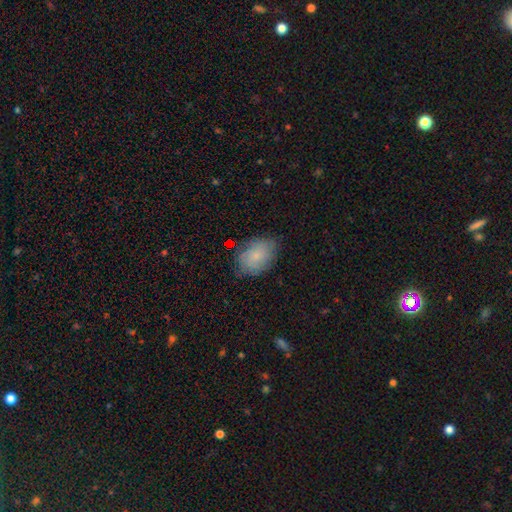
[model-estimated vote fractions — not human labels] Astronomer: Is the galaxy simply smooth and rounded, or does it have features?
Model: smooth — 75%.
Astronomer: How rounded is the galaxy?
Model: in between — 79%.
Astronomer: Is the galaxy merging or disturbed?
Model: none — 73%.